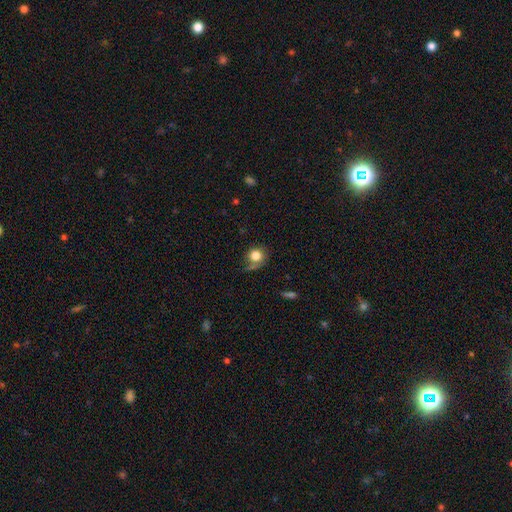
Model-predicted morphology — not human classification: Q: Smooth or featured?
A: smooth (79%); runner-up: featured or disk (11%)
Q: How rounded?
A: round (82%); runner-up: in between (16%)
Q: Merging?
A: none (56%); runner-up: minor disturbance (23%)